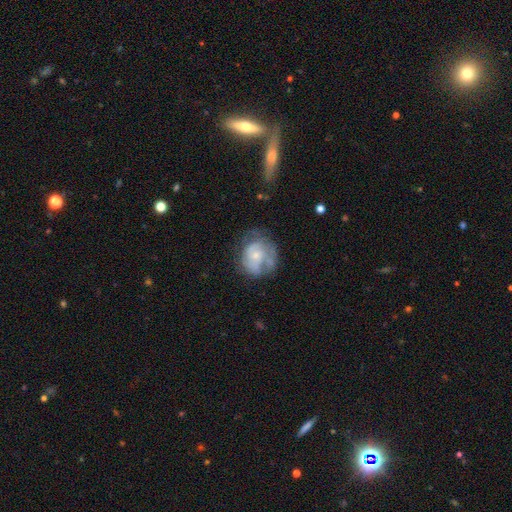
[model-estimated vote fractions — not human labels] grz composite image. It shows a featured or disk galaxy (62%) with no bar (78%), spiral arms (70%) and a small central bulge (65%). Merging: none (48%).